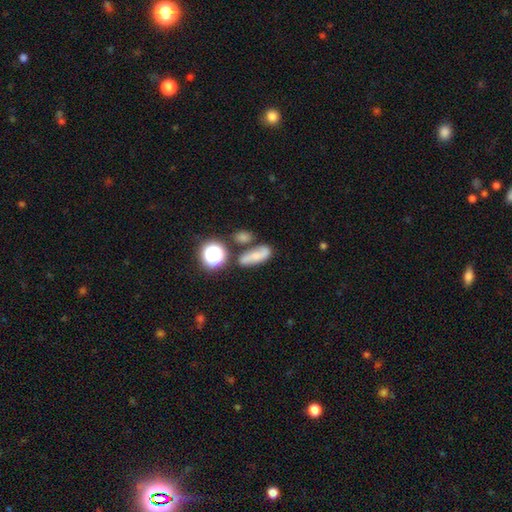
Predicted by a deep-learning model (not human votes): Smooth or featured? Predicted: smooth (p=0.59). How rounded? Predicted: in between (p=0.58). Merging? Predicted: none (p=0.59).